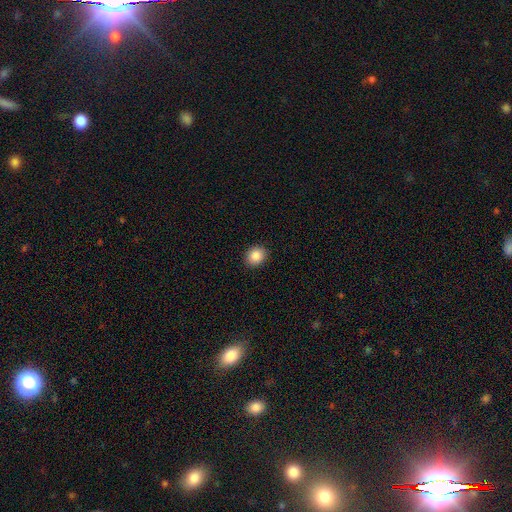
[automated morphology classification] A smooth galaxy with no disk features (87%) that is round (63%). Merging: none (91%).